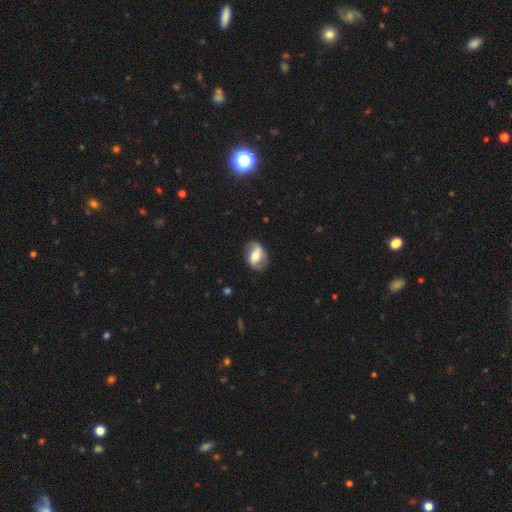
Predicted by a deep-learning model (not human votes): Smooth or featured? Predicted: featured or disk (p=0.64). Edge-on disk? Predicted: no (p=0.95). Bar? Predicted: strong (p=0.37, tied with weak). Spiral arms? Predicted: yes (p=0.80). Bulge size? Predicted: moderate (p=0.62). Merging? Predicted: none (p=0.78).